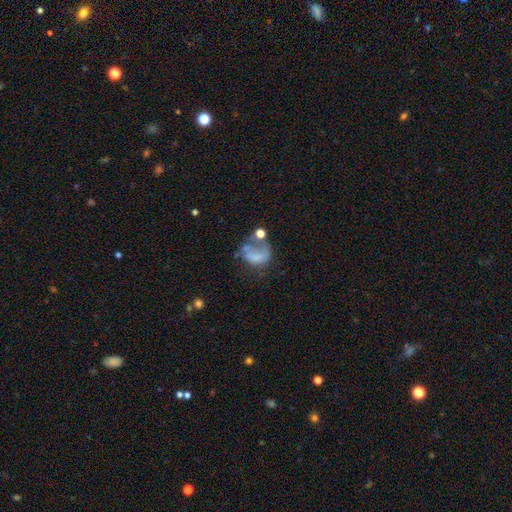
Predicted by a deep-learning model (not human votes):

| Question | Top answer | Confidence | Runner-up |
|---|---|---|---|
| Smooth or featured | smooth | 46% | featured or disk (40%) |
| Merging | major disturbance | 42% | none (24%) |